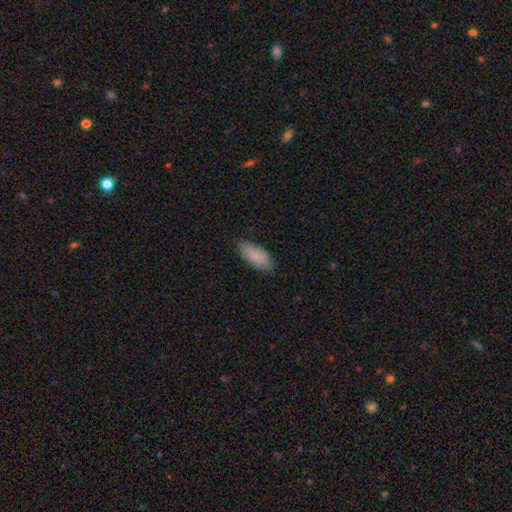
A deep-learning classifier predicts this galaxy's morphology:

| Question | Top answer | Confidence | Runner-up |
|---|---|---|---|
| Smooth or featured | smooth | 85% | featured or disk (9%) |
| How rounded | in between | 85% | cigar-shaped (13%) |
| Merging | none | 83% | minor disturbance (13%) |